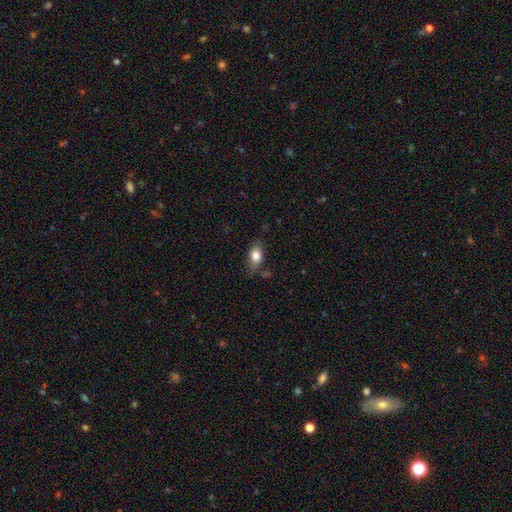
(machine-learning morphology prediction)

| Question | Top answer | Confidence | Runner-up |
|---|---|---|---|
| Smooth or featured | smooth | 81% | featured or disk (11%) |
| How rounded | in between | 82% | round (15%) |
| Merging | none | 70% | minor disturbance (22%) |